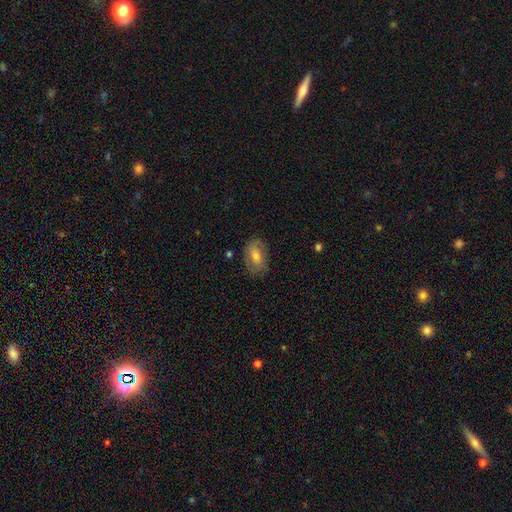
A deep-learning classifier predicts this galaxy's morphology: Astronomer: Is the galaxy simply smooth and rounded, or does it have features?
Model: smooth — 55% (runner-up: featured or disk, 37%).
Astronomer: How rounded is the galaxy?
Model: in between — 84%.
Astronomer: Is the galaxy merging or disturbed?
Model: none — 75%.